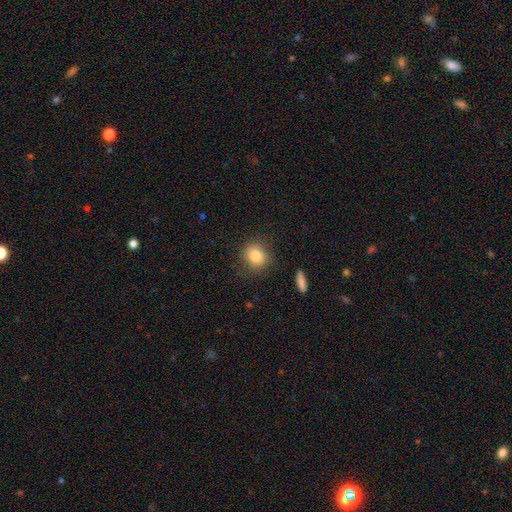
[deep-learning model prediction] A smooth galaxy with no disk features (84%) that is round (71%).

Vote fractions:
- Smooth or featured? smooth: 84% / star or artifact: 10% / featured or disk: 7%
- How rounded? round: 71% / in between: 28% / cigar-shaped: 1%
- Merging? none: 83% / minor disturbance: 12% / major disturbance: 4% / merger: 2%